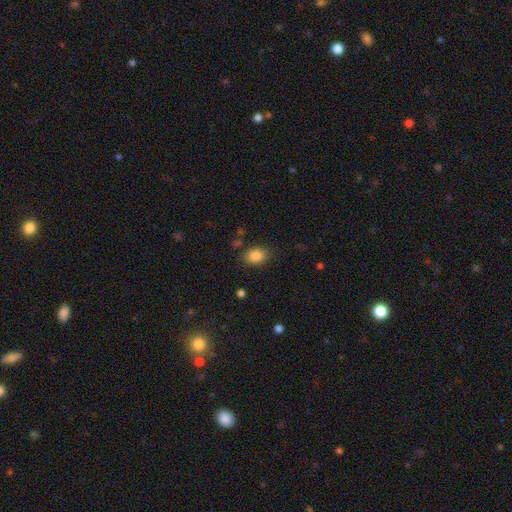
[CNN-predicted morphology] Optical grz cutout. It shows a smooth galaxy with no disk features (86%) that is in between round and cigar-shaped (78%). Merging: none (82%).